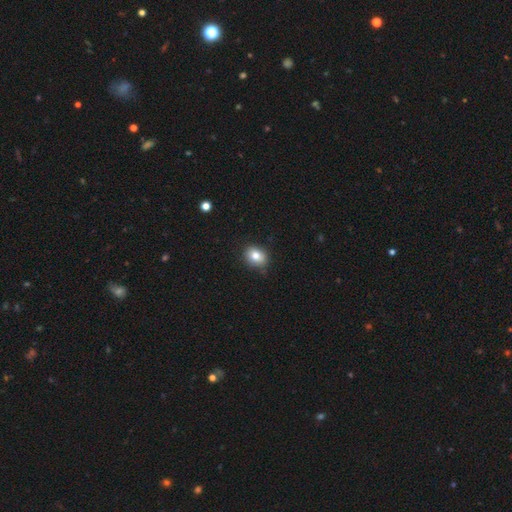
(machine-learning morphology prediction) A smooth galaxy with no disk features (81%) that is in between round and cigar-shaped (52%).

Vote fractions:
- Smooth or featured? smooth: 81% / star or artifact: 10% / featured or disk: 9%
- How rounded? in between: 52% / round: 47% / cigar-shaped: 1%
- Merging? none: 82% / minor disturbance: 14% / major disturbance: 2% / merger: 1%